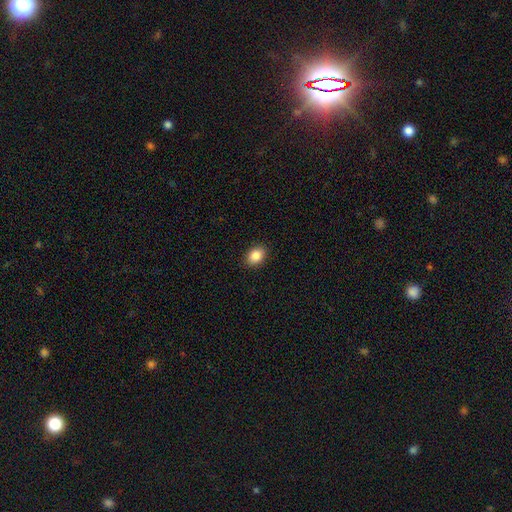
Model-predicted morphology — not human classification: type=smooth (87%); roundness=in between (71%); merging=none (89%).